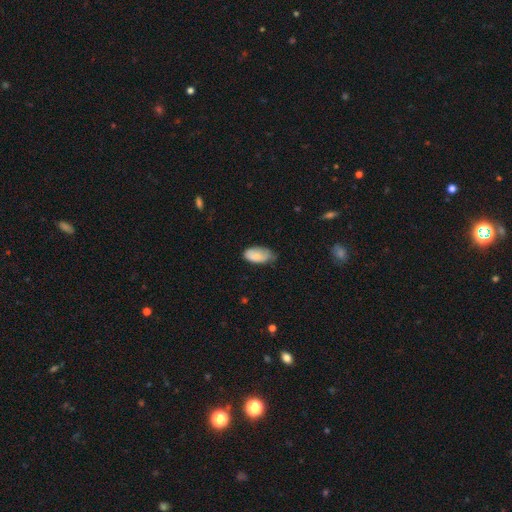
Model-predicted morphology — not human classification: smooth_or_featured: smooth (p=0.83) [alt: featured or disk p=0.11]
how_rounded: in between (p=0.94) [alt: cigar-shaped p=0.03]
merging: none (p=0.49) [alt: minor disturbance p=0.41]